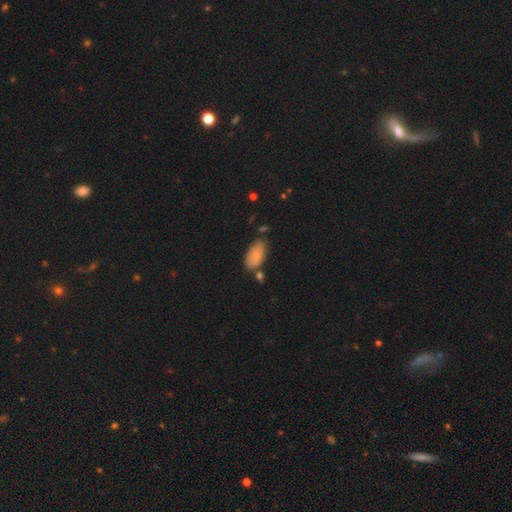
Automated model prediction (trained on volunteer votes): A smooth galaxy with no disk features (78%) that is in between round and cigar-shaped (94%). Merging: none (63%).